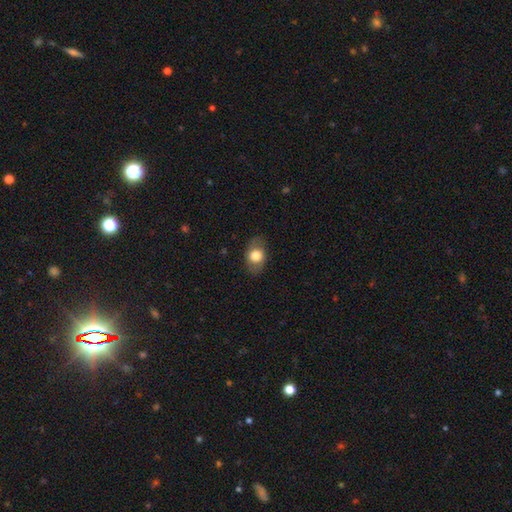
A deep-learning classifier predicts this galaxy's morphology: The model was most divided on "smooth or featured": smooth: 71%, featured or disk: 22%, star or artifact: 7%. More confident: merging — none (81%); how rounded — in between (76%).